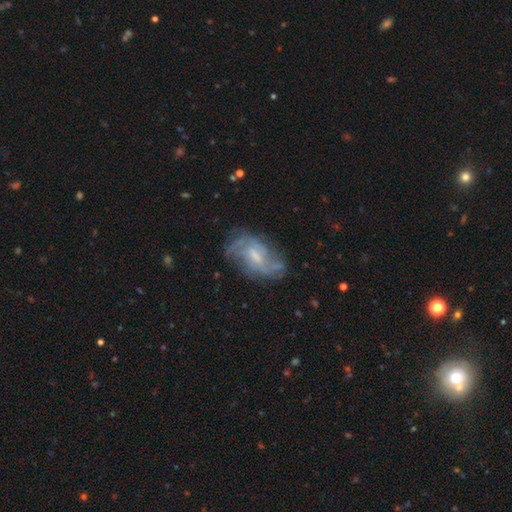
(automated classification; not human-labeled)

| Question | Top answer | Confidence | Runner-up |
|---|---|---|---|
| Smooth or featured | featured or disk | 75% | smooth (17%) |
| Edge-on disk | no | 95% | yes (5%) |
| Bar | weak | 52% | no (37%) |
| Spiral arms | yes | 86% | no (14%) |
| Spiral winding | medium | 41% | tight (33%) |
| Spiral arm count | can't tell | 41% | 2 (22%) |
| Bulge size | moderate | 40% | small (38%) |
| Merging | none | 64% | minor disturbance (21%) |